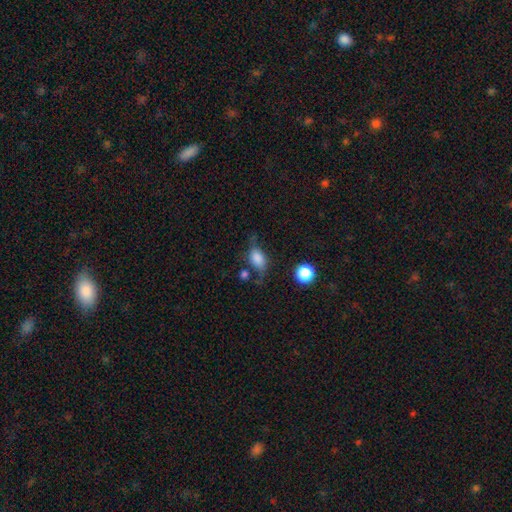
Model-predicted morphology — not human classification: This appears to be a smooth galaxy with no disk features (74%) that is in between round and cigar-shaped (82%). Merging: none (47%).